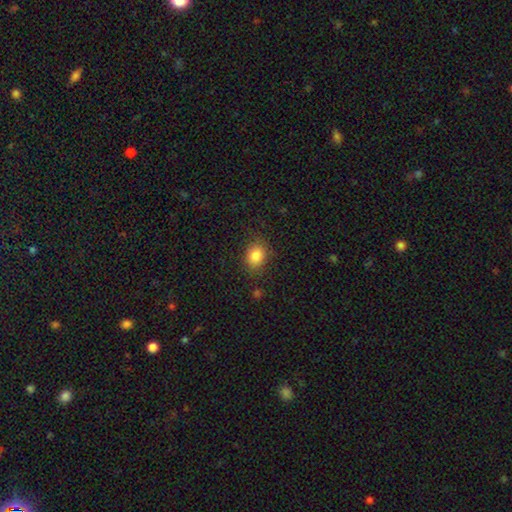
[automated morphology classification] This is clearly a smooth galaxy (84%). How rounded: possibly in between (52%). Merging: likely none (80%).